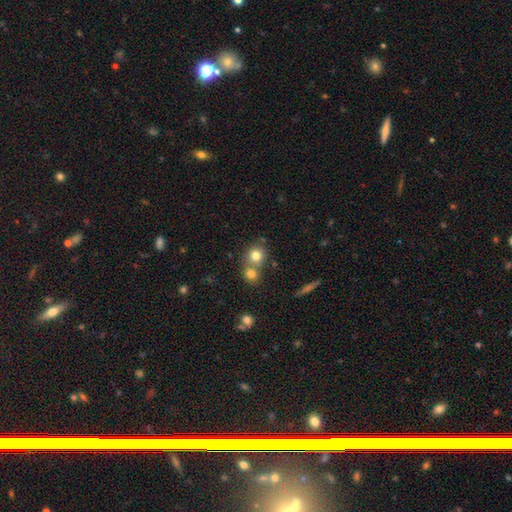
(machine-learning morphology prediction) Q: Smooth or featured?
A: smooth (77%); runner-up: star or artifact (12%)
Q: How rounded?
A: round (84%); runner-up: in between (15%)
Q: Merging?
A: none (47%); runner-up: merger (44%)